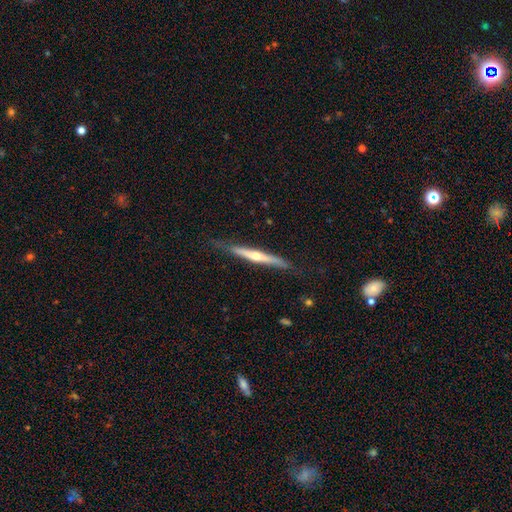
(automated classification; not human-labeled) The model was most divided on "smooth or featured": featured or disk: 68%, smooth: 27%, star or artifact: 5%. More confident: edge-on disk — yes (95%); edge-on bulge — rounded (83%); merging — none (77%).